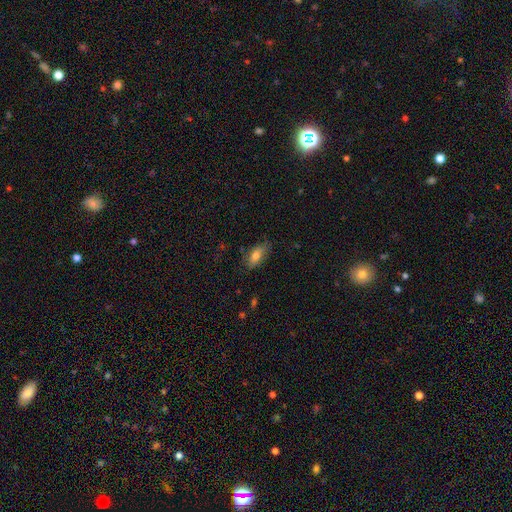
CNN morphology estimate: Smooth or featured? smooth (75%)
How rounded? in between (85%)
Merging? none (72%)